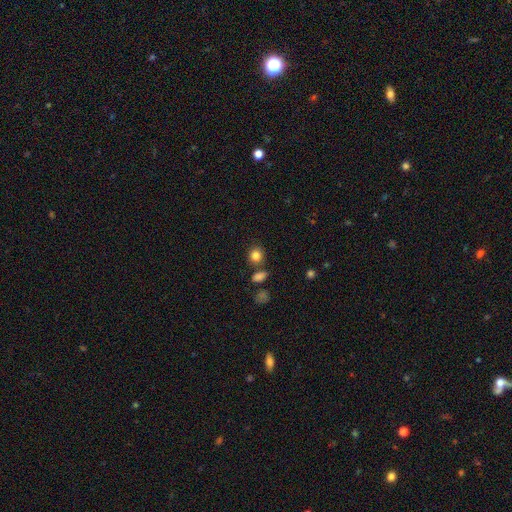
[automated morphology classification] Smooth or featured: smooth — 83% (star or artifact — 12%)
How rounded: round — 82% (in between — 17%)
Merging: none — 78% (minor disturbance — 10%)